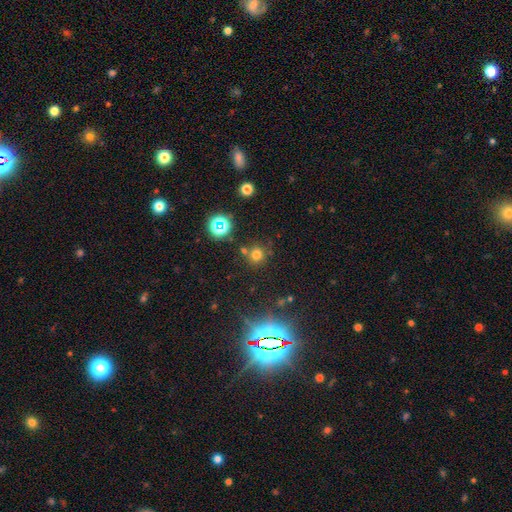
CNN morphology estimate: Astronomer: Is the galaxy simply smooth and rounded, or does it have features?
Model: star or artifact — 50% (runner-up: smooth, 42%).